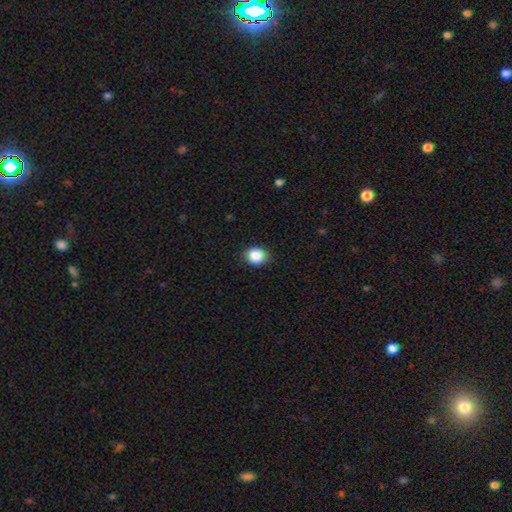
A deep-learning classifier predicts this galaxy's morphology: The model was most divided on "how rounded": round: 61%, in between: 38%, cigar-shaped: 1%. More confident: smooth or featured — smooth (87%); merging — none (86%).